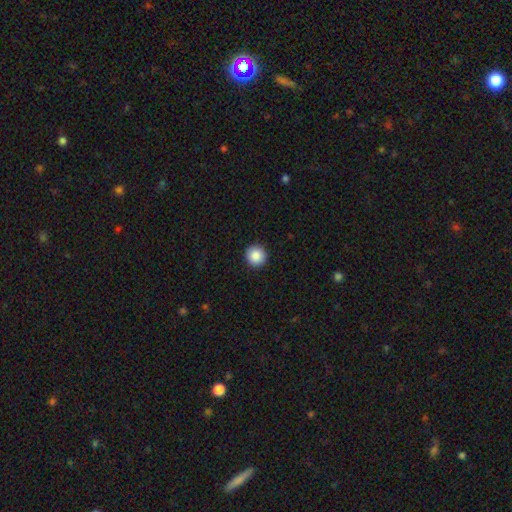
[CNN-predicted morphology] Overall: smooth (88%). How rounded: round (95%). Merging: none (93%).